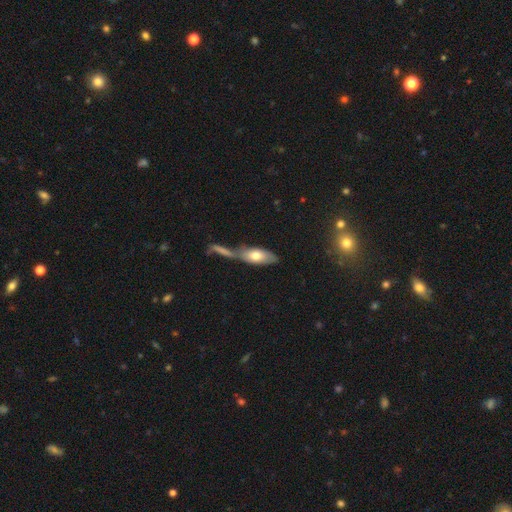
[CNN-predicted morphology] The model was most divided on "merging": merger: 43%, none: 37%, minor disturbance: 13%, major disturbance: 7%. More confident: how rounded — in between (76%); smooth or featured — smooth (65%).